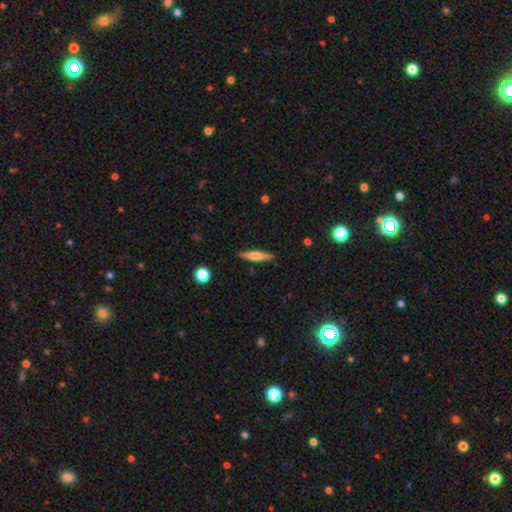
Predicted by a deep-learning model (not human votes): This appears to be a smooth galaxy with no disk features (49%). Merging: none (90%).